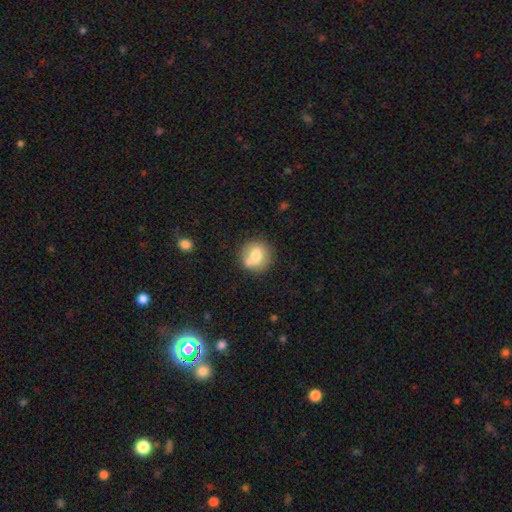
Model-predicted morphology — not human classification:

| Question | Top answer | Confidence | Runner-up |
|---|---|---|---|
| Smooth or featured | smooth | 73% | featured or disk (18%) |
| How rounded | round | 87% | in between (12%) |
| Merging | none | 64% | merger (17%) |